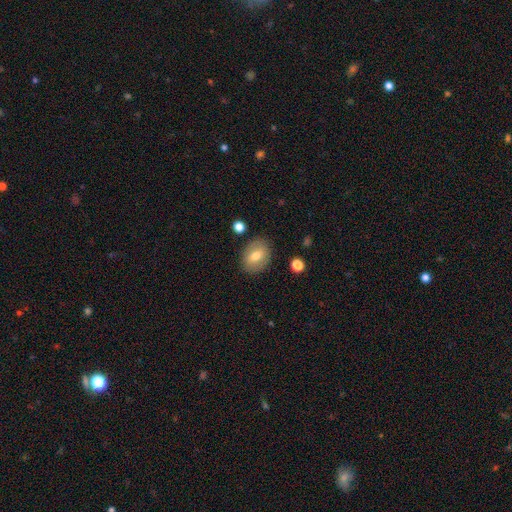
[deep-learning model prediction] Smooth or featured: smooth — 70% (featured or disk — 22%)
How rounded: in between — 68% (round — 31%)
Merging: none — 85% (minor disturbance — 10%)